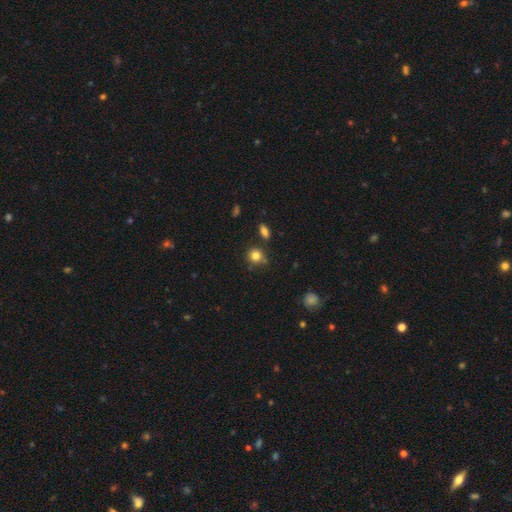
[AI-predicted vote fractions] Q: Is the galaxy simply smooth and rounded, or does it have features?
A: smooth — 82%.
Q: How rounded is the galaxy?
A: round — 85%.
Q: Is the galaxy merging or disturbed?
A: none — 76%.